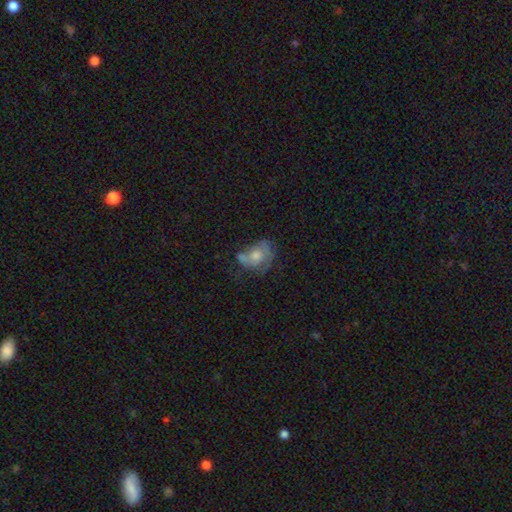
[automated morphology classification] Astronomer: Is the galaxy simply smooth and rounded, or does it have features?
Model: featured or disk — 50% (runner-up: smooth, 39%).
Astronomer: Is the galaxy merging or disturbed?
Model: none — 37% (runner-up: minor disturbance, 25%).